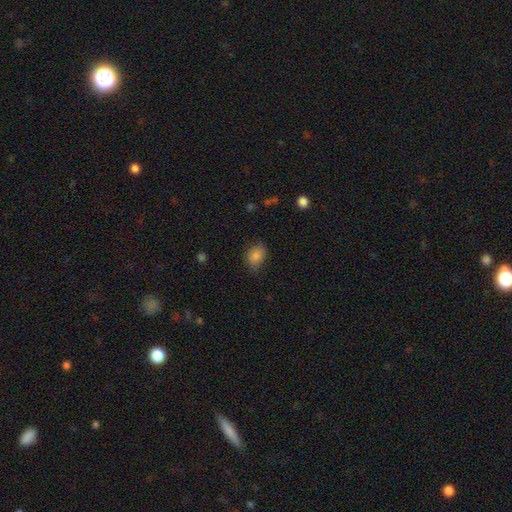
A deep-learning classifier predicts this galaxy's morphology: Overall: smooth (84%). How rounded: in between (70%). Merging: none (73%).